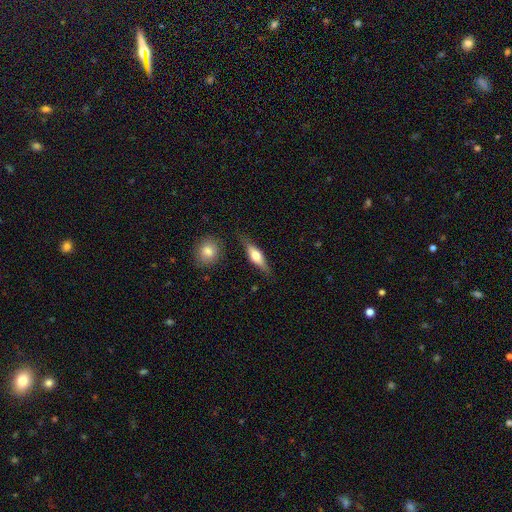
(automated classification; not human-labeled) This appears to be a featured or disk galaxy (53%) viewed edge-on (92%). Merging: none (80%).